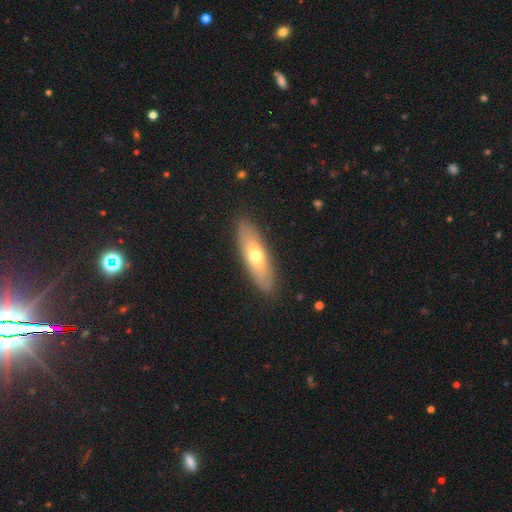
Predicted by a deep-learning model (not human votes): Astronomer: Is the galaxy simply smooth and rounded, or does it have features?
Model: smooth — 59% (runner-up: featured or disk, 35%).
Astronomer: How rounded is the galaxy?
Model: in between — 49% (runner-up: cigar-shaped, 48%).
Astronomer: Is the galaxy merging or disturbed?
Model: none — 88%.